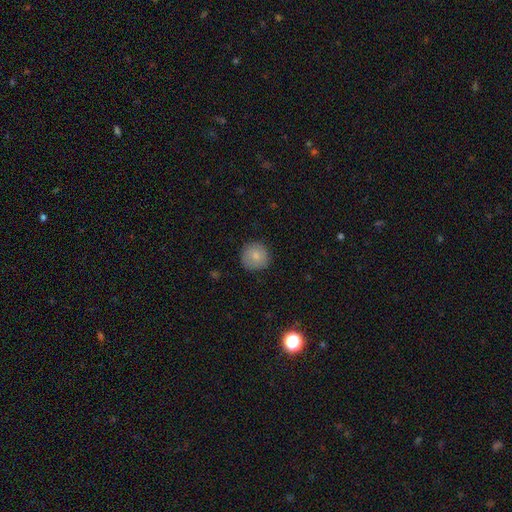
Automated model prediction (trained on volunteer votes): A smooth galaxy with no disk features (81%) that is round (94%). Merging: none (87%).